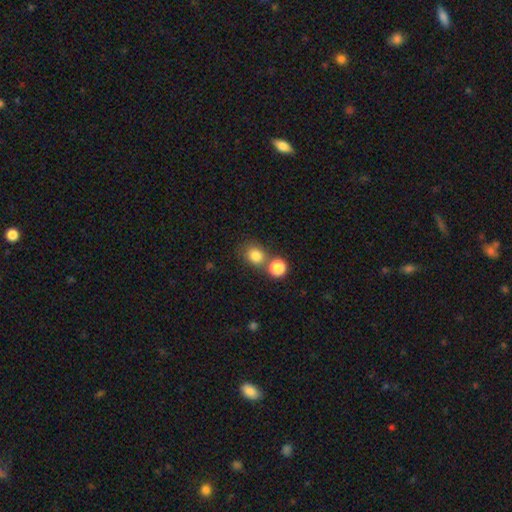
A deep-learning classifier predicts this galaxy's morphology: type=smooth (82%); roundness=round (72%); merging=none (61%).